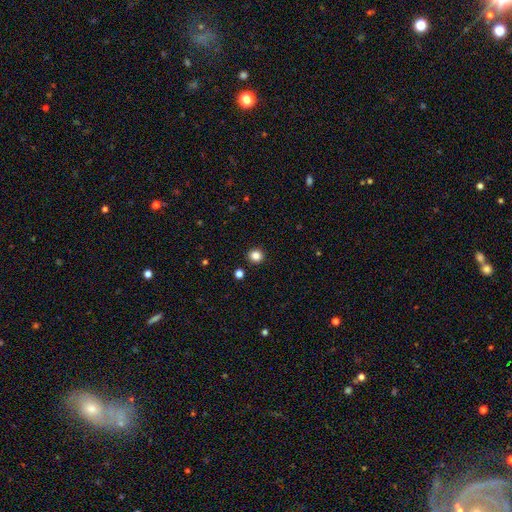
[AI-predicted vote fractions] A smooth galaxy with no disk features (85%) that is round (91%).

Vote fractions:
- Smooth or featured? smooth: 85% / star or artifact: 11% / featured or disk: 4%
- How rounded? round: 91% / in between: 8% / cigar-shaped: 1%
- Merging? none: 92% / minor disturbance: 4% / major disturbance: 2% / merger: 2%